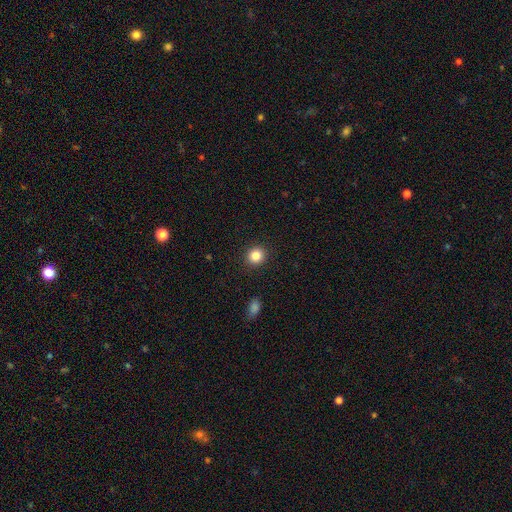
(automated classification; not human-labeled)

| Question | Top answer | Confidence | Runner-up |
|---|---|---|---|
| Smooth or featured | smooth | 84% | star or artifact (10%) |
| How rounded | round | 87% | in between (12%) |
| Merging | none | 92% | minor disturbance (5%) |